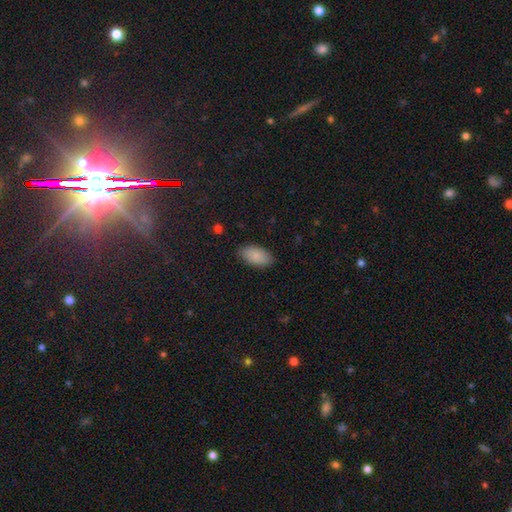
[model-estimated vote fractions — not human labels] Overall: smooth (87%). How rounded: in between (95%). Merging: none (85%).